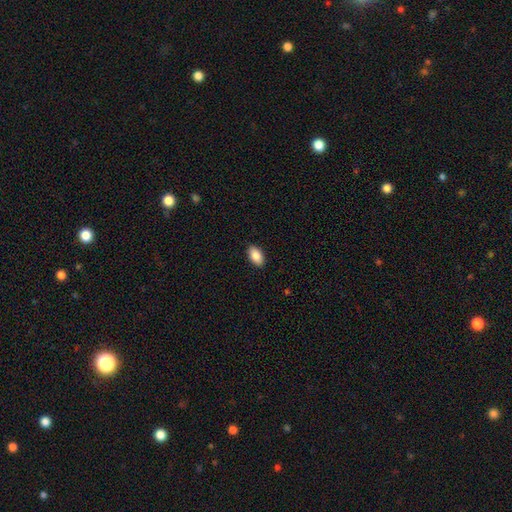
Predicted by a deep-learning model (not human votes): Smooth or featured: smooth — 88% (star or artifact — 7%)
How rounded: in between — 94% (round — 4%)
Merging: none — 90% (minor disturbance — 7%)